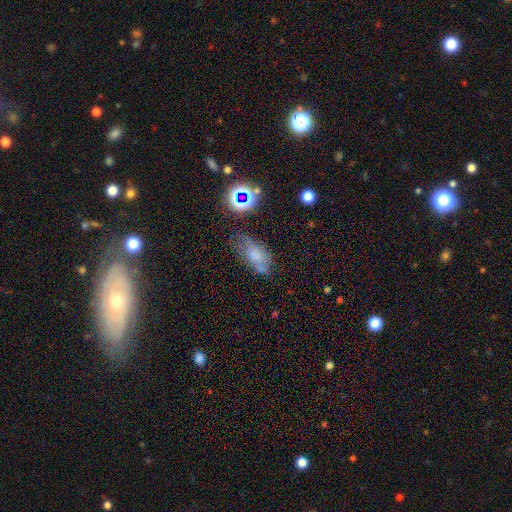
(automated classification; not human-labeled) The model was most divided on "merging": none: 46%, minor disturbance: 30%, major disturbance: 18%, merger: 6%. More confident: how rounded — in between (86%); smooth or featured — smooth (53%).